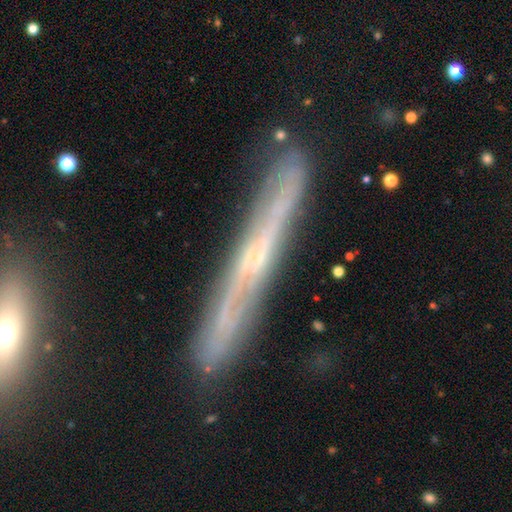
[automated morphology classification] This is likely a featured or disk galaxy (74%). It is clearly viewed edge-on (82%). Edge-on bulge: possibly rounded (48%, tied with none). Merging: likely none (80%).